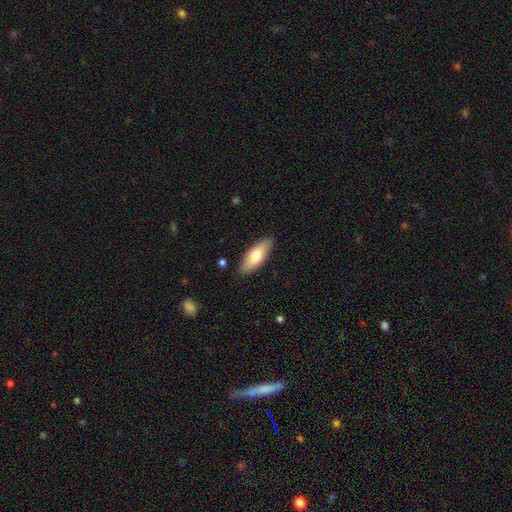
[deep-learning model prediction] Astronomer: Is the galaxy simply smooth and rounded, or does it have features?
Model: smooth — 75%.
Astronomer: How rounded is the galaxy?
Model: in between — 70%.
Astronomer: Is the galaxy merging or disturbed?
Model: none — 87%.